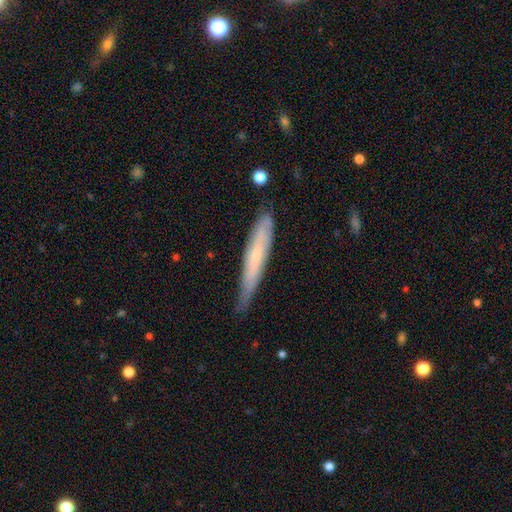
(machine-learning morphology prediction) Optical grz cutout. It shows a smooth galaxy with no disk features (51%) that is cigar-shaped (92%). Merging: none (63%).